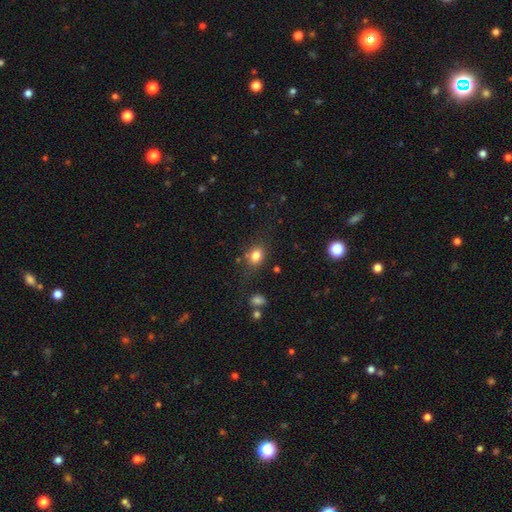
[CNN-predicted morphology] Smooth or featured? Predicted: smooth (p=0.80). How rounded? Predicted: in between (p=0.62). Merging? Predicted: none (p=0.72).